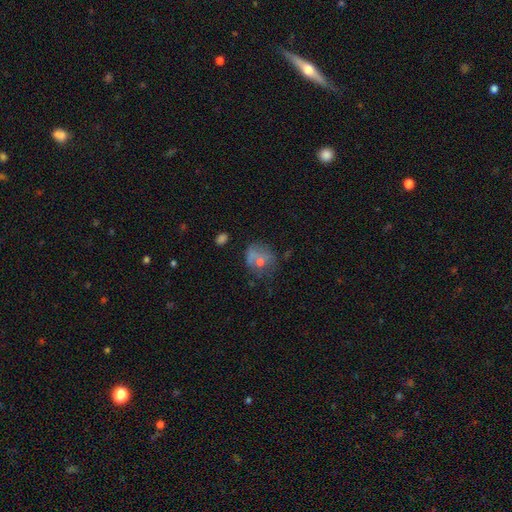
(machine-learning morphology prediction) smooth-or-featured: smooth: 52% | featured or disk: 33% | star or artifact: 14%
  how-rounded: round: 66% | in between: 33% | cigar-shaped: 1%
  merging: none: 45% | minor disturbance: 26% | major disturbance: 21% | merger: 8%